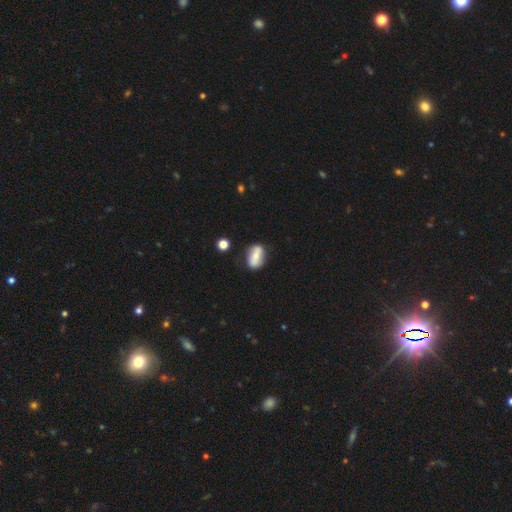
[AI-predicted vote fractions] This appears to be a smooth galaxy with no disk features (48%). Merging: none (72%).